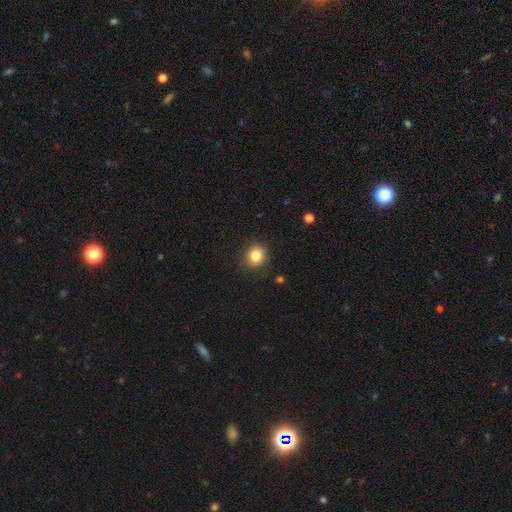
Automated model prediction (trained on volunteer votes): Q: Smooth or featured?
A: smooth (83%); runner-up: star or artifact (11%)
Q: How rounded?
A: round (79%); runner-up: in between (20%)
Q: Merging?
A: none (88%); runner-up: minor disturbance (9%)